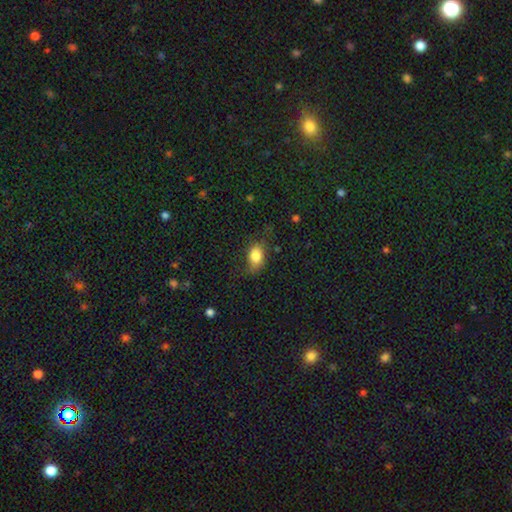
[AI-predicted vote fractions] smooth-or-featured: smooth: 81% | featured or disk: 11% | star or artifact: 9%
  how-rounded: in between: 80% | round: 17% | cigar-shaped: 2%
  merging: none: 63% | minor disturbance: 25% | major disturbance: 10% | merger: 2%